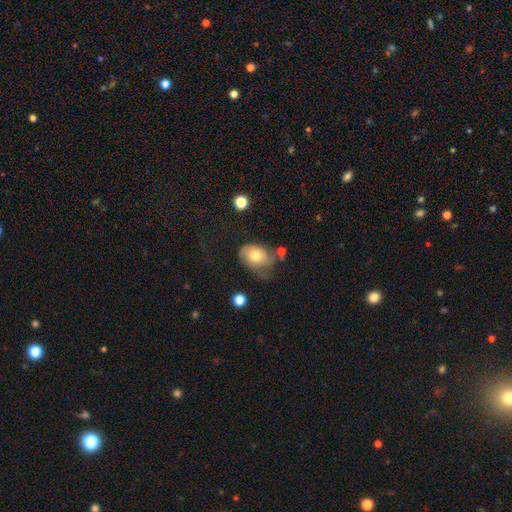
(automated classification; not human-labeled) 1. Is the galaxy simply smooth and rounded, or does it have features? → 68% smooth, 23% featured or disk, 9% star or artifact.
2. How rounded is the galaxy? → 74% in between, 25% round, 1% cigar-shaped.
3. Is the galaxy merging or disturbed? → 39% none, 35% minor disturbance, 20% major disturbance, 6% merger.